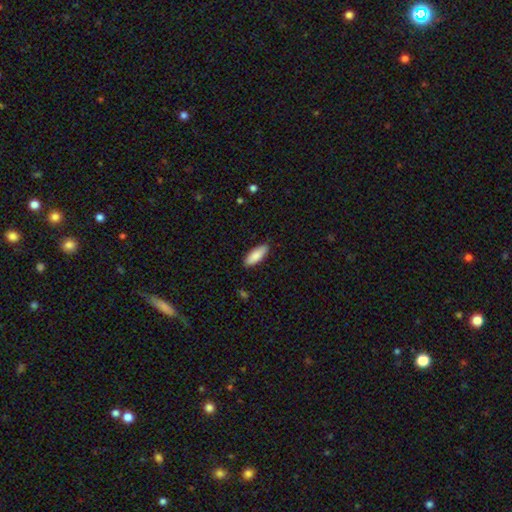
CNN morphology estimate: type=smooth (87%); roundness=in between (75%); merging=none (87%).